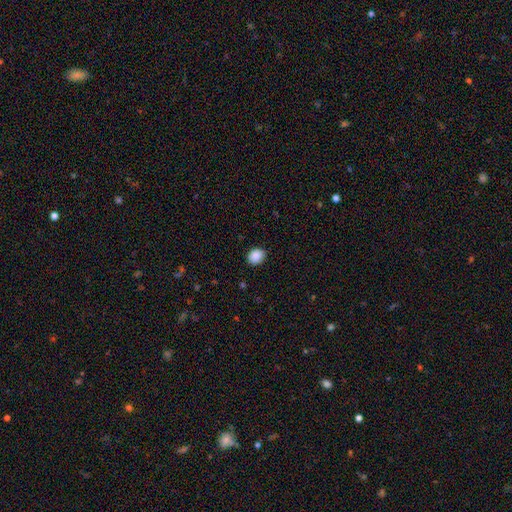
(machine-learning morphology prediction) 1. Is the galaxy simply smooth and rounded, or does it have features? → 89% smooth, 8% star or artifact, 3% featured or disk.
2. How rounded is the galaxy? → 51% round, 48% in between, 1% cigar-shaped.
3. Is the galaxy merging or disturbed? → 87% none, 10% minor disturbance, 2% major disturbance, 1% merger.